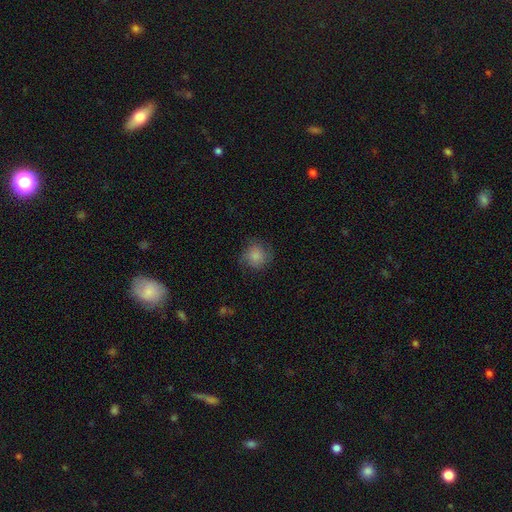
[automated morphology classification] Q: Smooth or featured?
A: smooth (82%); runner-up: featured or disk (10%)
Q: How rounded?
A: round (88%); runner-up: in between (11%)
Q: Merging?
A: none (74%); runner-up: minor disturbance (18%)